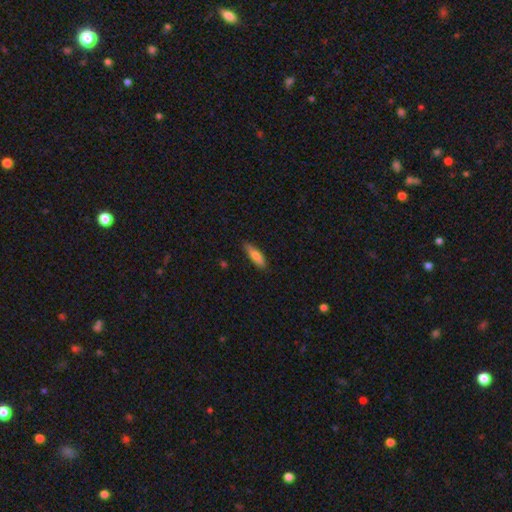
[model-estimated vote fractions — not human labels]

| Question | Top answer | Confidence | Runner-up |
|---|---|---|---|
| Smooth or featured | smooth | 72% | featured or disk (22%) |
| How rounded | cigar-shaped | 67% | in between (31%) |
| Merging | none | 86% | minor disturbance (11%) |